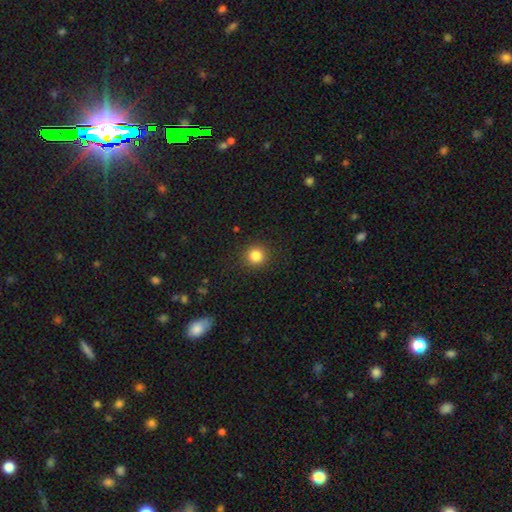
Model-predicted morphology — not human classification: smooth_or_featured: smooth (p=0.84) [alt: star or artifact p=0.12]
how_rounded: round (p=0.93) [alt: in between p=0.06]
merging: none (p=0.91) [alt: minor disturbance p=0.06]